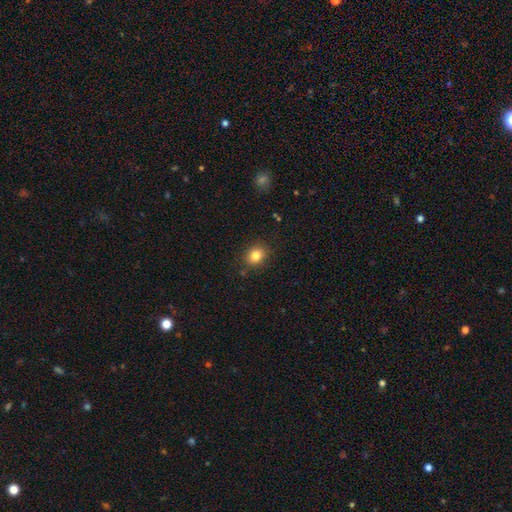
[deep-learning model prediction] The model was most divided on "how rounded": round: 56%, in between: 43%, cigar-shaped: 1%. More confident: merging — none (86%); smooth or featured — smooth (83%).